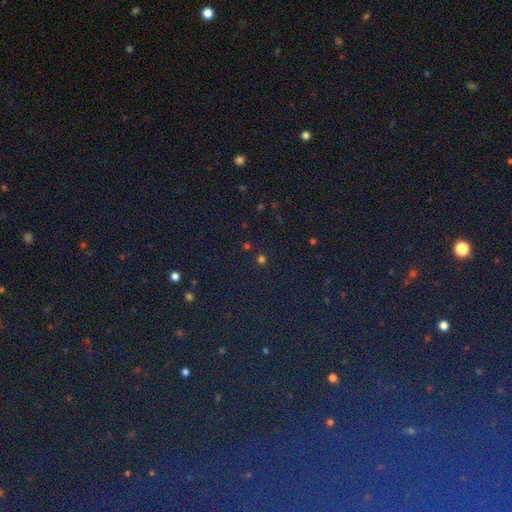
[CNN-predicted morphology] This appears to be a star or artifact, not a galaxy (84%).